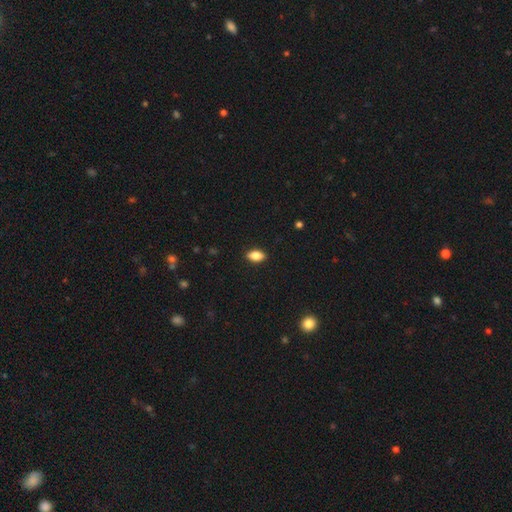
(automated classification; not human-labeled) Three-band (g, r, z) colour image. It shows a smooth galaxy with no disk features (83%) that is in between round and cigar-shaped (89%). Merging: none (89%).